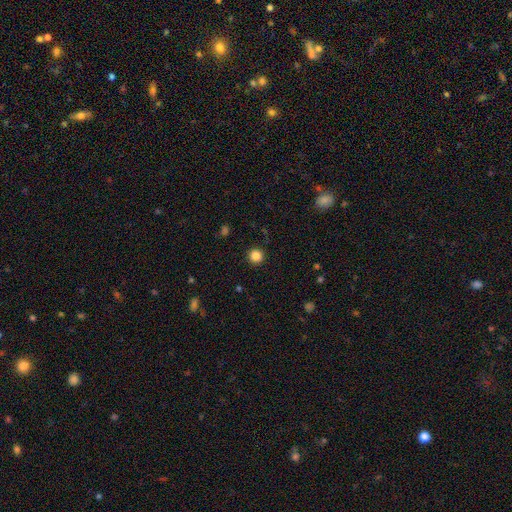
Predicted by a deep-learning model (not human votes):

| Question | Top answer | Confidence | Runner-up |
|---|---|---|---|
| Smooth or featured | smooth | 85% | star or artifact (12%) |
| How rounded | round | 95% | in between (4%) |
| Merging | none | 92% | minor disturbance (5%) |